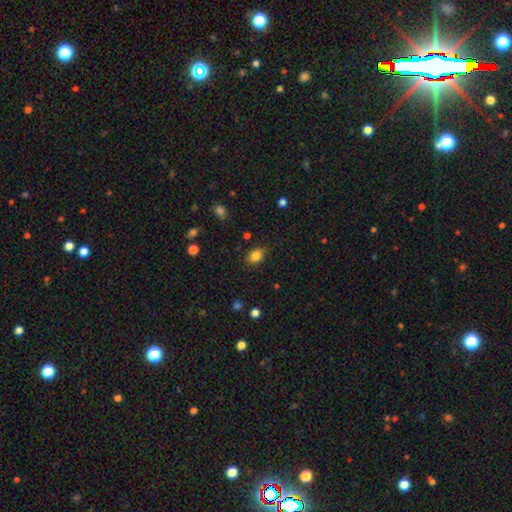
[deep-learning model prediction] smooth-or-featured: smooth: 83% | star or artifact: 11% | featured or disk: 6%
  how-rounded: in between: 69% | round: 29% | cigar-shaped: 1%
  merging: none: 82% | minor disturbance: 14% | major disturbance: 3% | merger: 1%